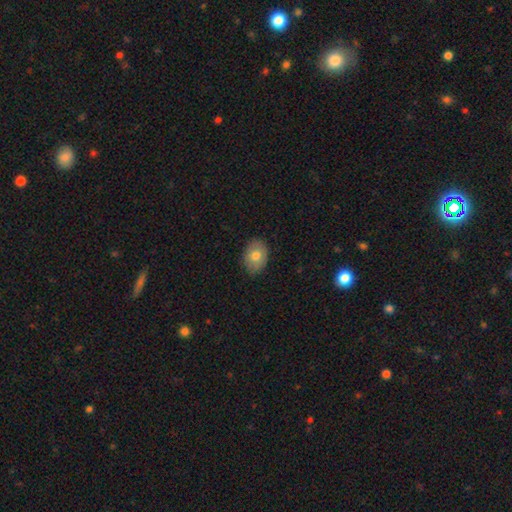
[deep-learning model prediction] Smooth or featured? smooth (77%)
How rounded? in between (74%)
Merging? none (84%)